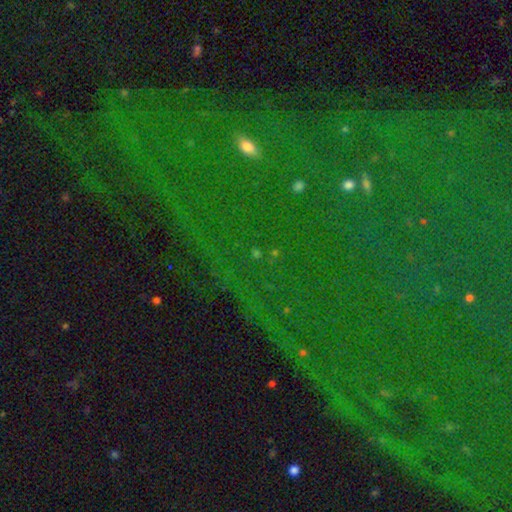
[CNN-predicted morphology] This is likely a star or artifact rather than a galaxy (80%).